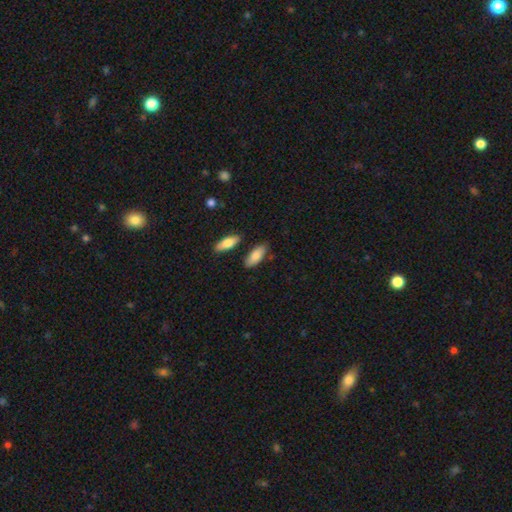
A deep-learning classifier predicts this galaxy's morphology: smooth 86%, featured or disk 9%, star or artifact 6%. Down the decision tree: how rounded — in between (81%); merging — none (78%).